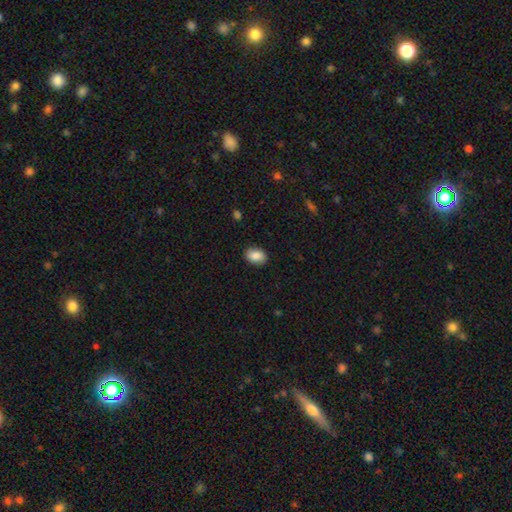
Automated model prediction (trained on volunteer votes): smooth-or-featured: smooth: 88% | star or artifact: 7% | featured or disk: 5%
  how-rounded: in between: 80% | round: 19% | cigar-shaped: 1%
  merging: none: 89% | minor disturbance: 8% | major disturbance: 2% | merger: 1%